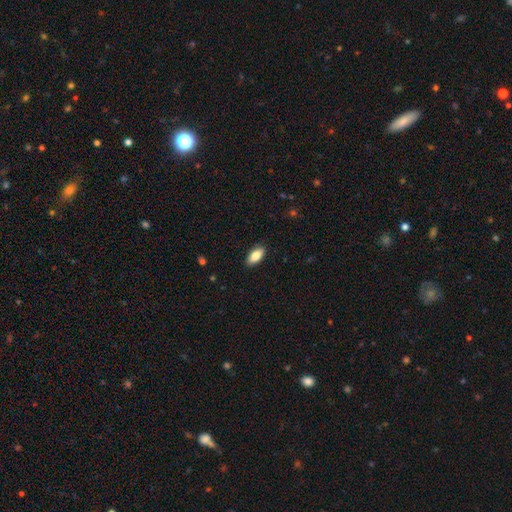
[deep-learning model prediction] The model was most divided on "smooth or featured": smooth: 83%, featured or disk: 11%, star or artifact: 6%. More confident: how rounded — in between (89%); merging — none (89%).